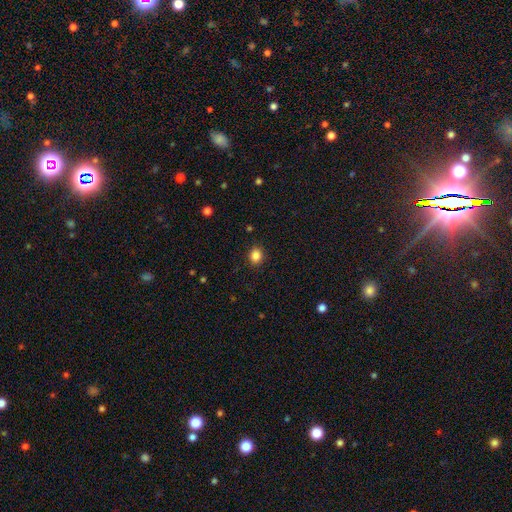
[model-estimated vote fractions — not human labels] smooth 85%, star or artifact 11%, featured or disk 4%. Down the decision tree: how rounded — round (67%); merging — none (89%).